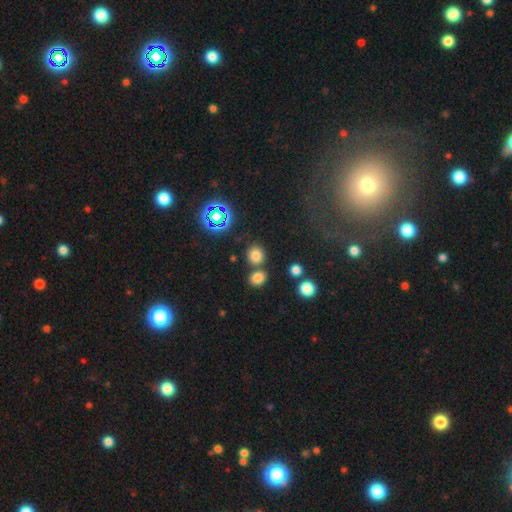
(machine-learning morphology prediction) smooth_or_featured: smooth (p=0.73) [alt: star or artifact p=0.20]
how_rounded: round (p=0.79) [alt: in between p=0.20]
merging: none (p=0.70) [alt: merger p=0.19]